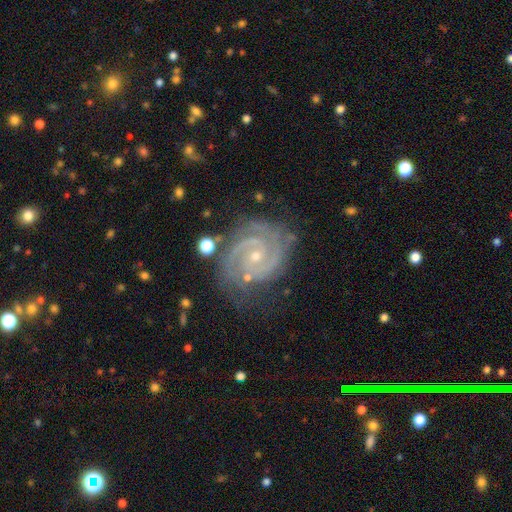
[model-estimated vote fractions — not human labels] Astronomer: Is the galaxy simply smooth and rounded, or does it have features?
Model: featured or disk — 92%.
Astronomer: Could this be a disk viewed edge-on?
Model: no — 98%.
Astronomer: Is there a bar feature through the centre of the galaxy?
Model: no — 64%.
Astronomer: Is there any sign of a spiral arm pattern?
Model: yes — 99%.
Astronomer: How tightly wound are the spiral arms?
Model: tight — 70%.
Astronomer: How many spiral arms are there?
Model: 2 — 63%.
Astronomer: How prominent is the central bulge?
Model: small — 71%.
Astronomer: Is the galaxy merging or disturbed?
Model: none — 70%.